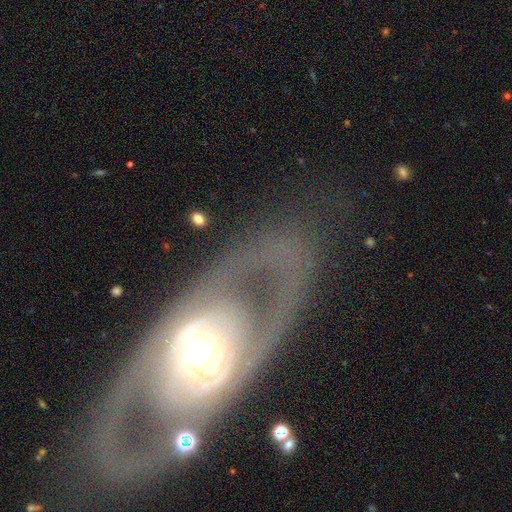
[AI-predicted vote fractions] Smooth or featured? featured or disk (80%)
Edge-on disk? no (89%)
Bar? no (58%)
Spiral arms? yes (57%)
Bulge size? moderate (55%)
Merging? none (75%)